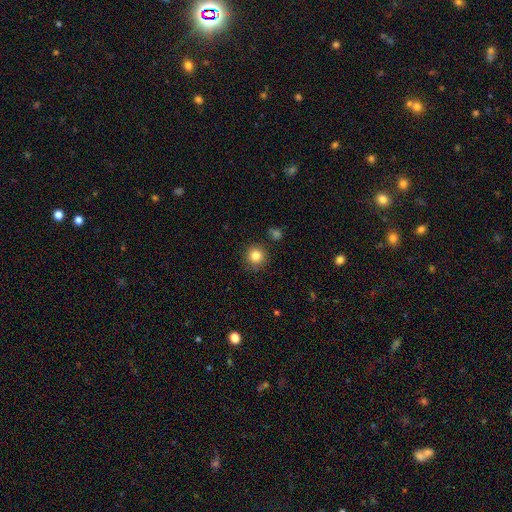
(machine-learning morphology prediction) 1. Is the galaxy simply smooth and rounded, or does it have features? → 84% smooth, 11% star or artifact, 5% featured or disk.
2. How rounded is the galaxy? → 93% round, 6% in between, 1% cigar-shaped.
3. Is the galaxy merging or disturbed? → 86% none, 9% minor disturbance, 3% merger, 3% major disturbance.